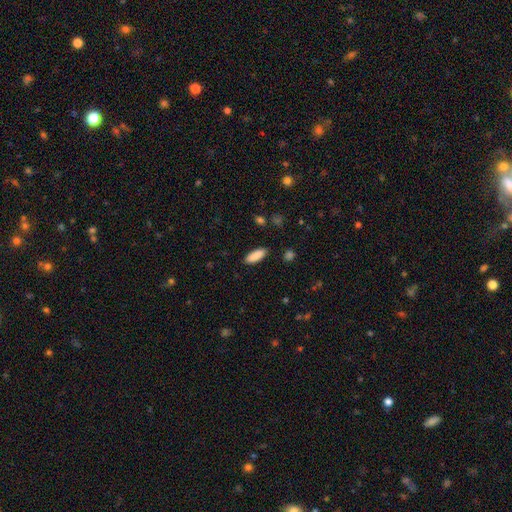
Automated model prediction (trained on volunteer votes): A smooth galaxy with no disk features (89%) that is in between round and cigar-shaped (69%).

Vote fractions:
- Smooth or featured? smooth: 89% / star or artifact: 6% / featured or disk: 4%
- How rounded? in between: 69% / cigar-shaped: 29% / round: 2%
- Merging? none: 88% / minor disturbance: 8% / major disturbance: 2% / merger: 1%